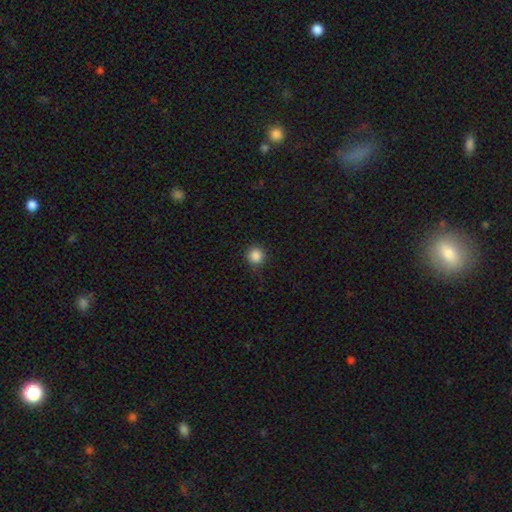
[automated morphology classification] smooth-or-featured: smooth: 86% | star or artifact: 11% | featured or disk: 3%
  how-rounded: round: 93% | in between: 6% | cigar-shaped: 1%
  merging: none: 87% | minor disturbance: 9% | major disturbance: 2% | merger: 1%